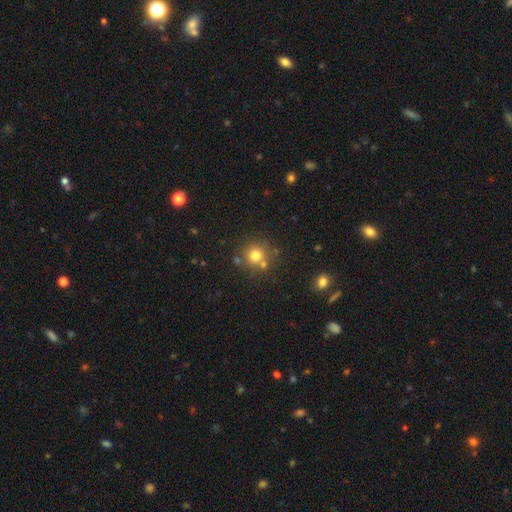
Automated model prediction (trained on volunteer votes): Smooth or featured? Predicted: smooth (p=0.74). How rounded? Predicted: round (p=0.92). Merging? Predicted: none (p=0.70).